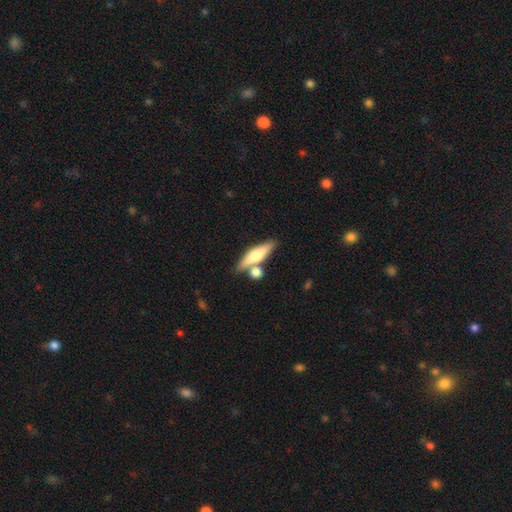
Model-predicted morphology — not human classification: This is possibly a smooth galaxy (56%). How rounded: likely cigar-shaped (67%). Merging: likely none (66%).